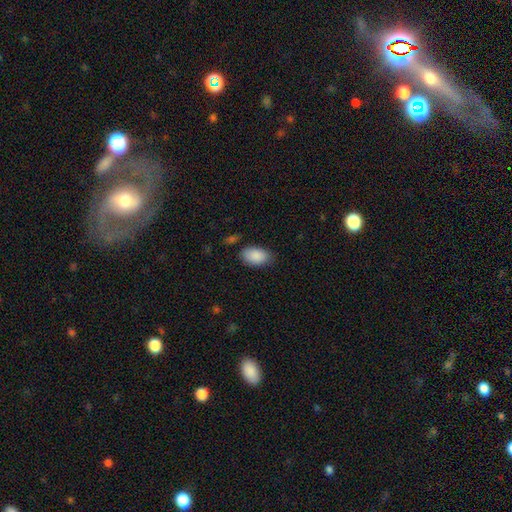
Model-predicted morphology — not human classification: Overall: smooth (90%). How rounded: in between (92%). Merging: none (78%).